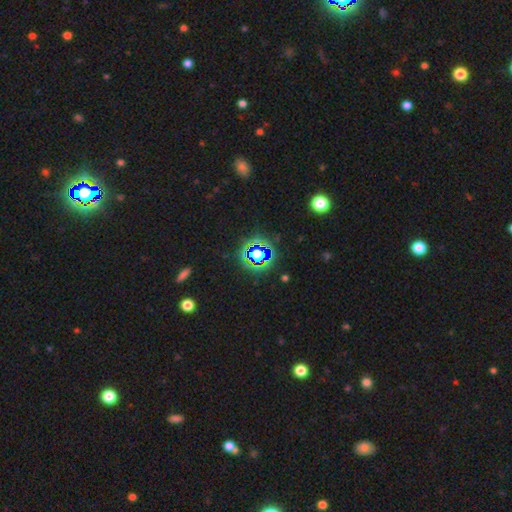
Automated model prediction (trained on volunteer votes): Smooth or featured?
  - star or artifact: 66% *
  - smooth: 23%
  - featured or disk: 11%